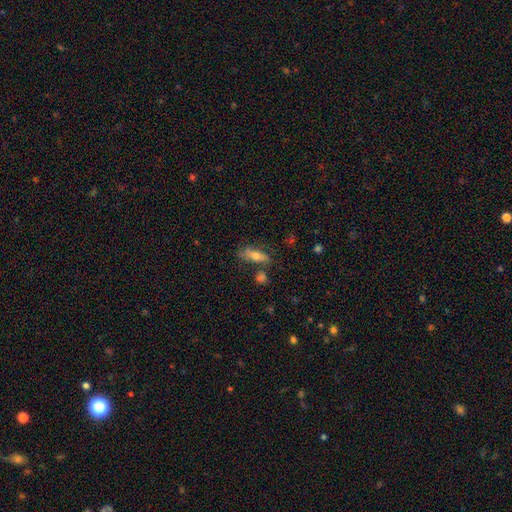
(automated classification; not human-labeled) This appears to be a smooth galaxy with no disk features (61%) that is in between round and cigar-shaped (60%). Merging: none (58%).